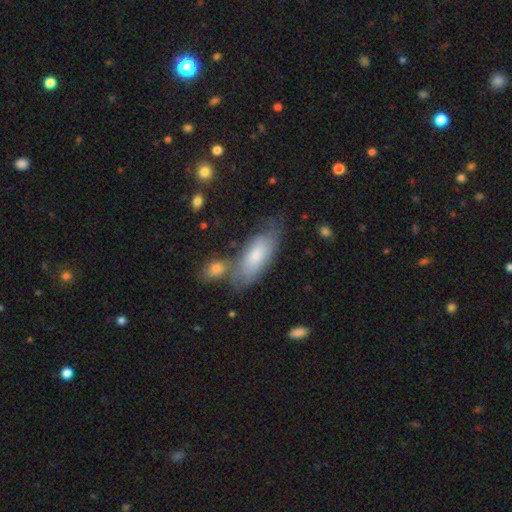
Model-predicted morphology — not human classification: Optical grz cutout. It shows a smooth galaxy with no disk features (71%) that is in between round and cigar-shaped (81%). Merging: none (55%).